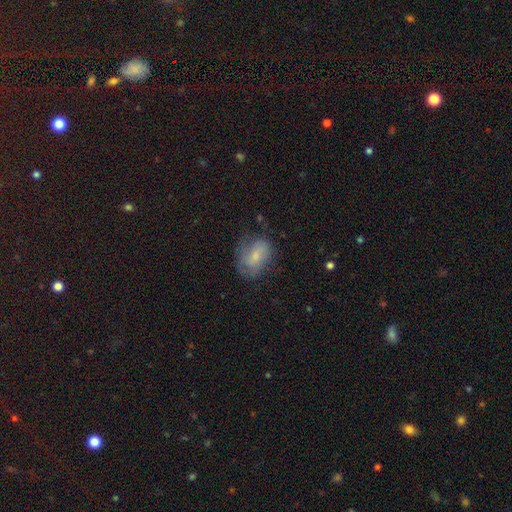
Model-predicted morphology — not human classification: smooth_or_featured: smooth (p=0.59) [alt: featured or disk p=0.32]
how_rounded: in between (p=0.78) [alt: round p=0.20]
merging: none (p=0.55) [alt: minor disturbance p=0.28]